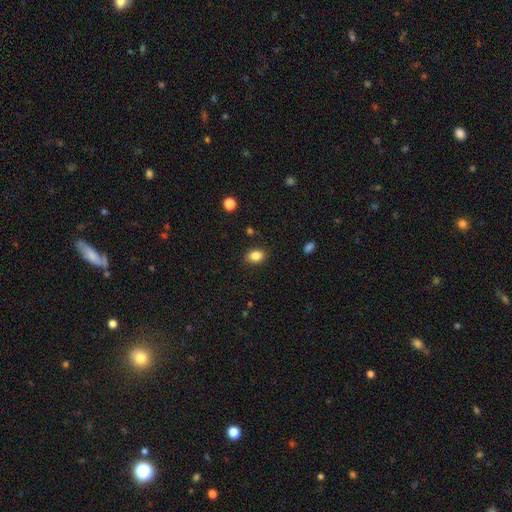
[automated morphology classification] Overall: smooth (85%). How rounded: in between (76%). Merging: none (86%).